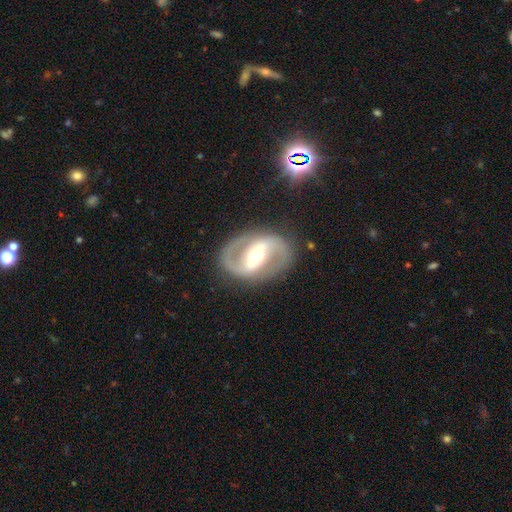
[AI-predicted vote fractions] This is clearly a featured or disk galaxy (88%). It is clearly not viewed edge-on (97%). Bar: possibly strong (58%). Spiral arm pattern: clearly yes (91%). Spiral arm count: clearly 2 (92%). Spiral winding: possibly medium (54%). Central bulge: likely moderate (69%). Merging: clearly none (84%).